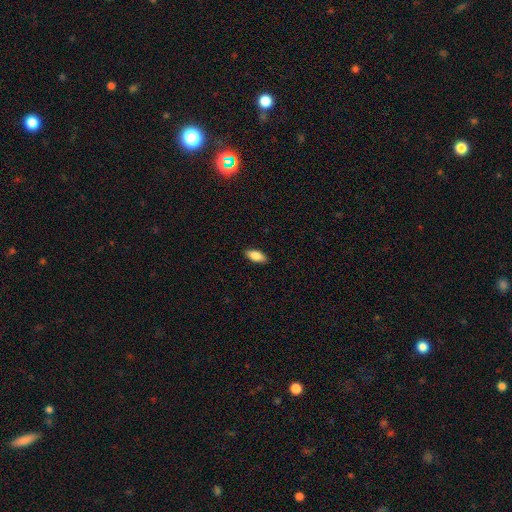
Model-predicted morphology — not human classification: A smooth galaxy with no disk features (84%) that is in between round and cigar-shaped (86%). Merging: none (89%).